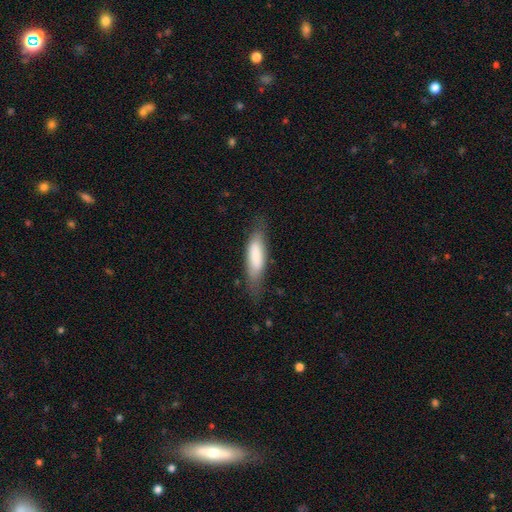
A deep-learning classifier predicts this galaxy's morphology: type=smooth (76%); roundness=cigar-shaped (50%); merging=none (69%).